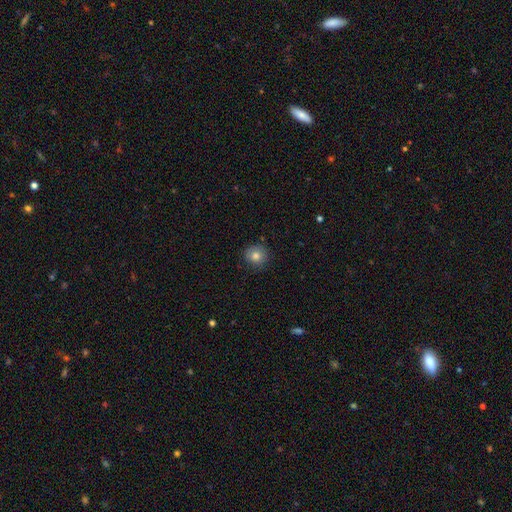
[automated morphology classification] Overall: smooth (80%). How rounded: round (92%). Merging: none (85%).